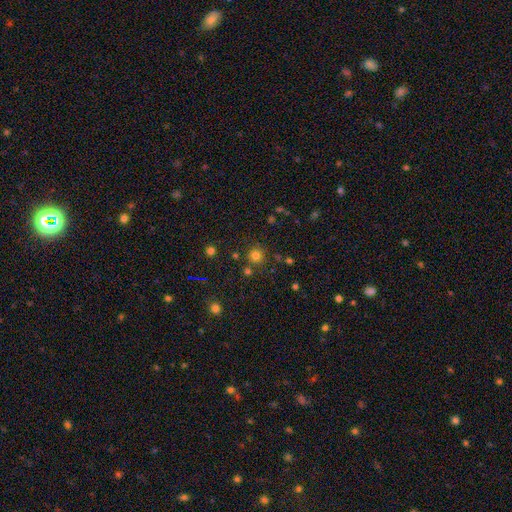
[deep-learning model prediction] smooth_or_featured: smooth (p=0.76) [alt: star or artifact p=0.18]
how_rounded: round (p=0.94) [alt: in between p=0.05]
merging: none (p=0.82) [alt: merger p=0.08]